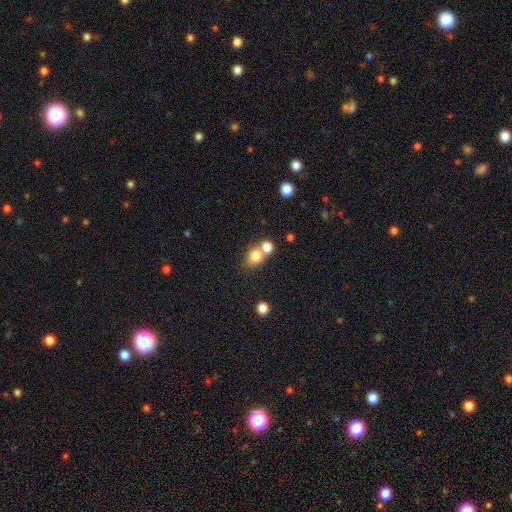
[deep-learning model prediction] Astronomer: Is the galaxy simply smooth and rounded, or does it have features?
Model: smooth — 79%.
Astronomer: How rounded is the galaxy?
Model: round — 62%.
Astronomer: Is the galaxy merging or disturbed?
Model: merger — 46% (runner-up: none, 43%).